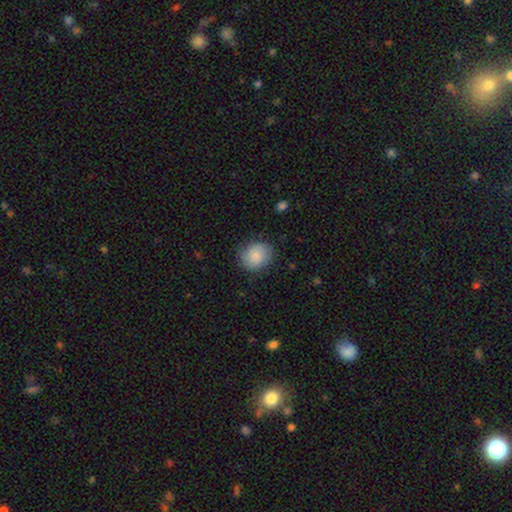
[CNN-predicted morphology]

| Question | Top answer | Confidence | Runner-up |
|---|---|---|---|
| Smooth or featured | smooth | 83% | featured or disk (10%) |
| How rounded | round | 70% | in between (29%) |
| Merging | none | 79% | minor disturbance (16%) |